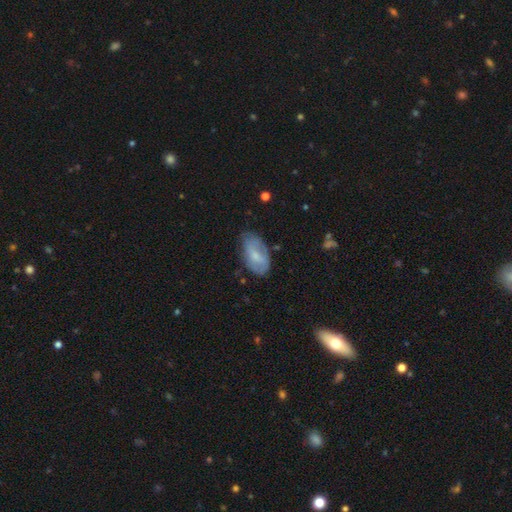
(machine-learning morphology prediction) A smooth galaxy with no disk features (57%) that is in between round and cigar-shaped (93%).

Vote fractions:
- Smooth or featured? smooth: 57% / featured or disk: 36% / star or artifact: 7%
- How rounded? in between: 93% / round: 4% / cigar-shaped: 3%
- Merging? none: 62% / minor disturbance: 29% / major disturbance: 8% / merger: 2%